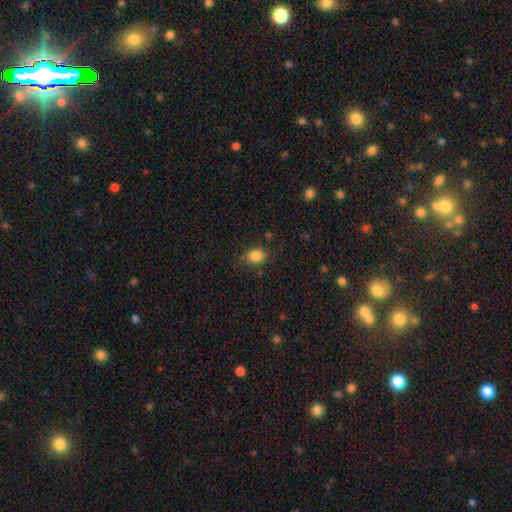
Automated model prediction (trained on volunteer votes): Smooth or featured? Predicted: smooth (p=0.84). How rounded? Predicted: in between (p=0.50). Merging? Predicted: none (p=0.73).